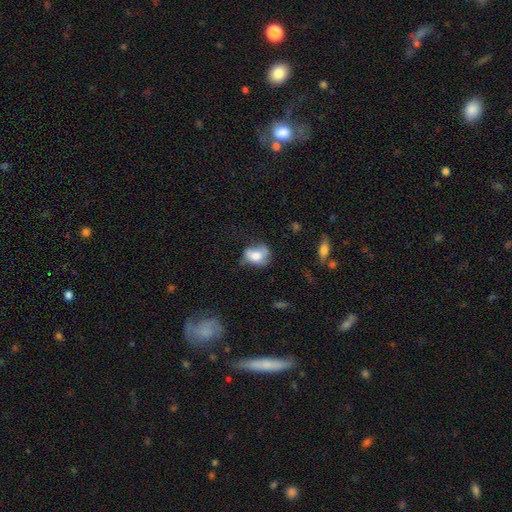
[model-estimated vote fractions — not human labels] Smooth or featured: smooth — 62% (featured or disk — 28%)
How rounded: in between — 55% (round — 43%)
Merging: none — 38% (minor disturbance — 31%)